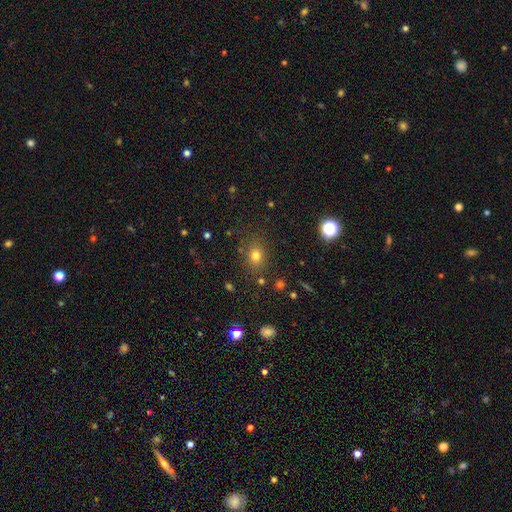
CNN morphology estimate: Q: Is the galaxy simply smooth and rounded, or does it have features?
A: smooth — 74%.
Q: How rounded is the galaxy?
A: round — 64%.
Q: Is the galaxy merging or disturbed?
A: none — 81%.